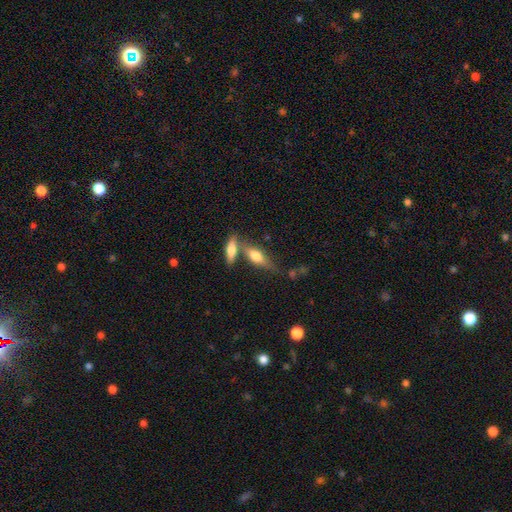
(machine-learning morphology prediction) Smooth or featured? Predicted: smooth (p=0.53). How rounded? Predicted: in between (p=0.51). Merging? Predicted: none (p=0.50).